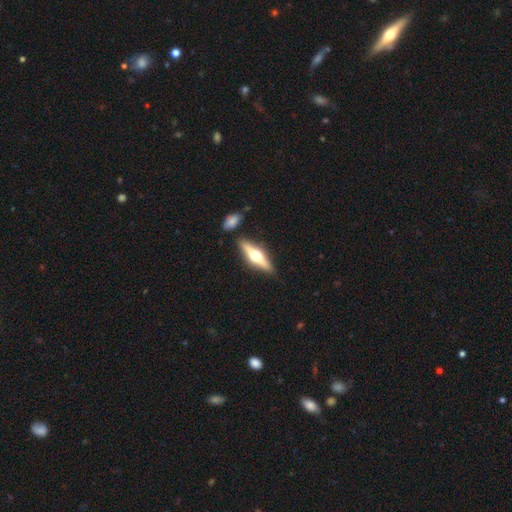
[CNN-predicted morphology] The model was most divided on "smooth or featured": featured or disk: 64%, smooth: 31%, star or artifact: 5%. More confident: edge-on bulge — rounded (96%); edge-on disk — yes (95%); merging — none (84%).